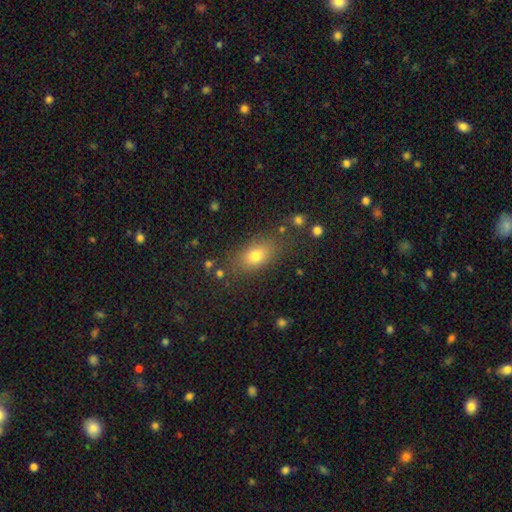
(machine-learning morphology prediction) smooth 76%, star or artifact 13%, featured or disk 12%. Down the decision tree: how rounded — in between (77%); merging — none (78%).